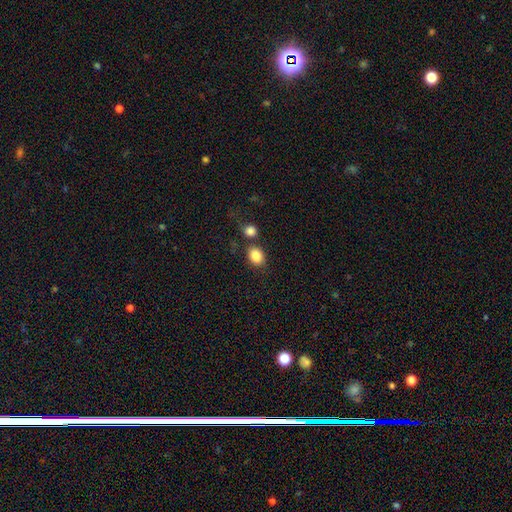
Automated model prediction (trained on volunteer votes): This is clearly a smooth galaxy (86%). How rounded: possibly in between (59%). Merging: likely none (67%).